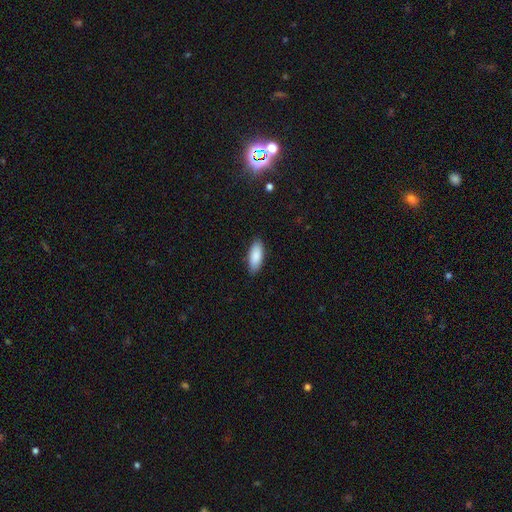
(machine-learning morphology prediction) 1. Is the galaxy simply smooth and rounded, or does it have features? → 89% smooth, 6% featured or disk, 6% star or artifact.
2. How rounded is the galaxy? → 78% in between, 21% cigar-shaped, 2% round.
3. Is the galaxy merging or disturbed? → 87% none, 10% minor disturbance, 2% major disturbance, 1% merger.